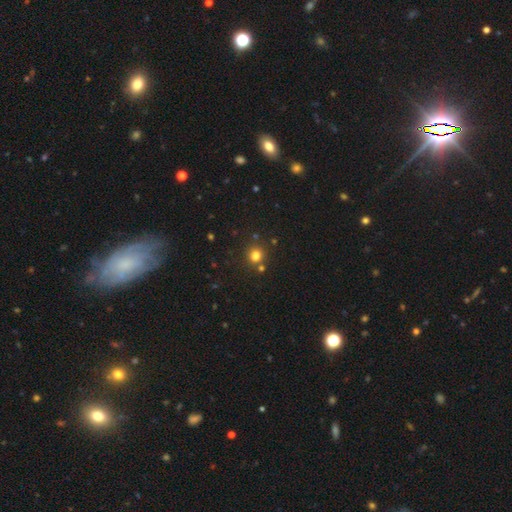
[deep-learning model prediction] Q: Smooth or featured?
A: smooth (78%); runner-up: star or artifact (16%)
Q: How rounded?
A: round (89%); runner-up: in between (10%)
Q: Merging?
A: none (79%); runner-up: merger (11%)